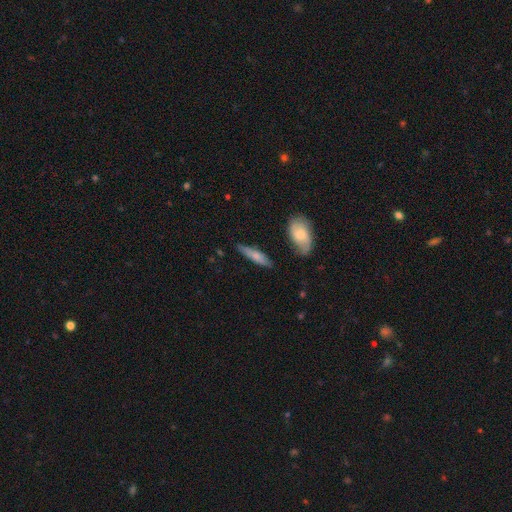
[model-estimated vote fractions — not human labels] Smooth or featured?
  - smooth: 65% *
  - featured or disk: 29%
  - star or artifact: 6%
How rounded?
  - cigar-shaped: 75% *
  - in between: 23%
  - round: 2%
Merging?
  - none: 75% *
  - minor disturbance: 18%
  - merger: 4%
  - major disturbance: 4%